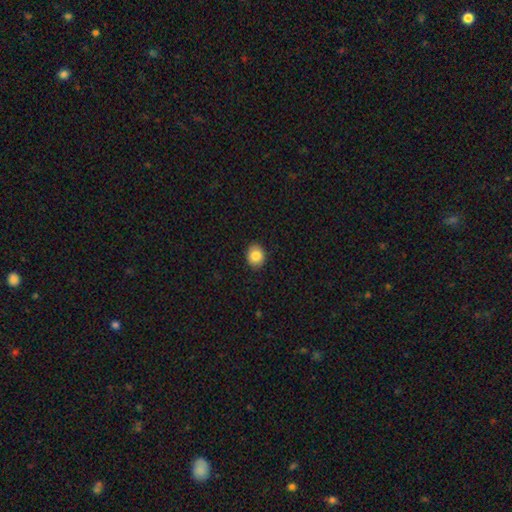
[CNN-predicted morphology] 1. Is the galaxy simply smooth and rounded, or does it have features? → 84% smooth, 8% star or artifact, 7% featured or disk.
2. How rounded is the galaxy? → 58% round, 42% in between, 1% cigar-shaped.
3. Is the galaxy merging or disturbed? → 89% none, 8% minor disturbance, 2% major disturbance, 1% merger.